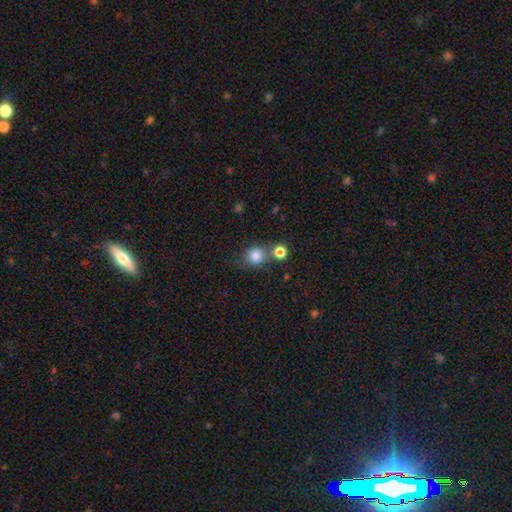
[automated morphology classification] A smooth galaxy with no disk features (82%) that is round (82%). Merging: none (62%).